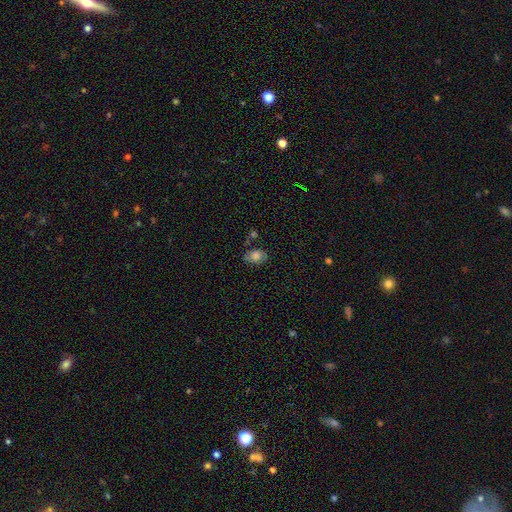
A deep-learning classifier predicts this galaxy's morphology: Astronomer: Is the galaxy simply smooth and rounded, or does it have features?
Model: smooth — 70%.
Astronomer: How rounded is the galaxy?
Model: in between — 77%.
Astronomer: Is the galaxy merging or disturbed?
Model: none — 64%.